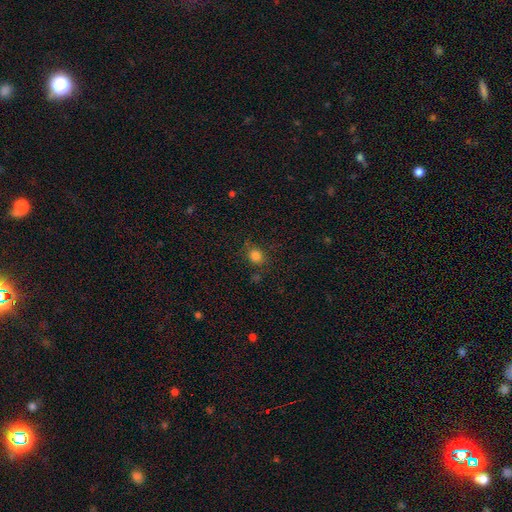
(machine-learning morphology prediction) smooth-or-featured: smooth: 81% | star or artifact: 13% | featured or disk: 6%
  how-rounded: round: 71% | in between: 28% | cigar-shaped: 1%
  merging: none: 77% | minor disturbance: 15% | major disturbance: 5% | merger: 3%